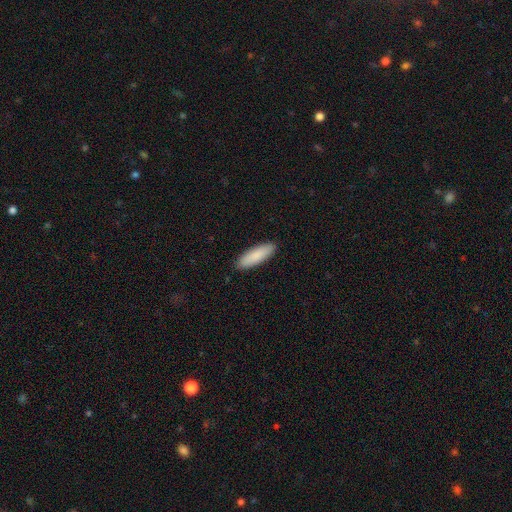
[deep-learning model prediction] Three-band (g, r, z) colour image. It shows a smooth galaxy with no disk features (87%) that is cigar-shaped (53%). Merging: none (90%).